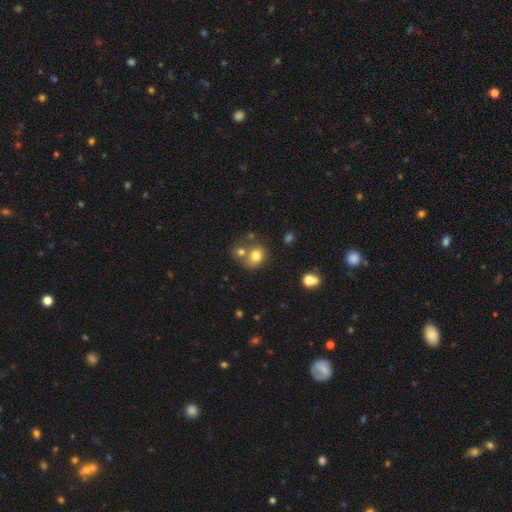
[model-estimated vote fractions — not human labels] This appears to be a smooth galaxy with no disk features (76%) that is round (66%). Merging: none (47%).